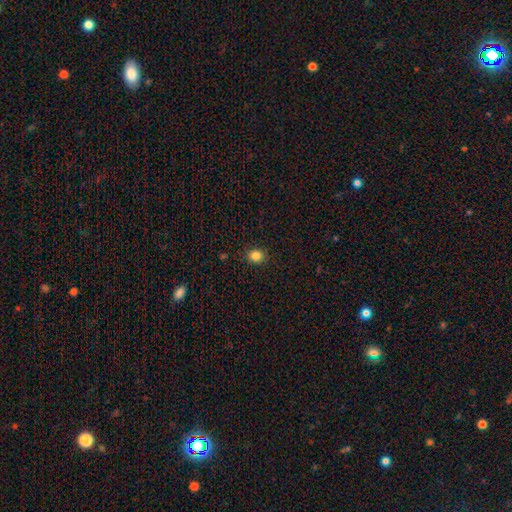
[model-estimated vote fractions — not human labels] Smooth or featured? smooth (84%)
How rounded? round (61%)
Merging? none (88%)